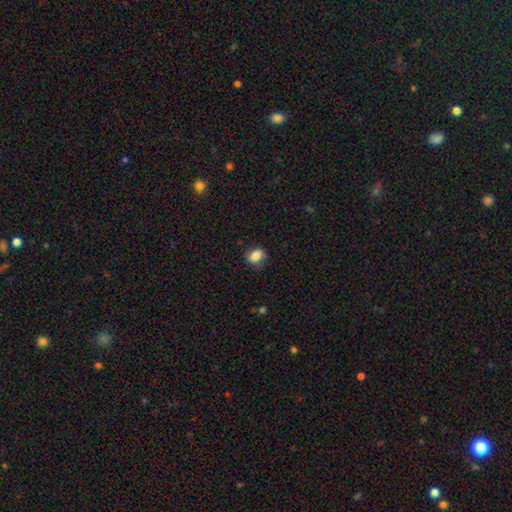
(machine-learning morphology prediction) type=smooth (83%); roundness=in between (68%); merging=none (76%).